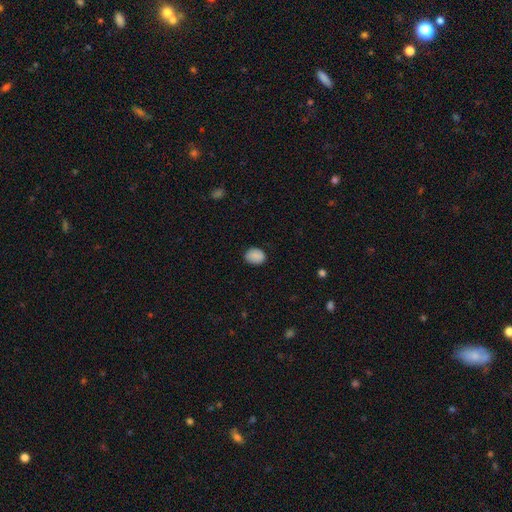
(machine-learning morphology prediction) Smooth or featured?
  - smooth: 88% *
  - star or artifact: 8%
  - featured or disk: 4%
How rounded?
  - in between: 55% *
  - round: 44%
  - cigar-shaped: 1%
Merging?
  - none: 82% *
  - minor disturbance: 14%
  - major disturbance: 3%
  - merger: 1%